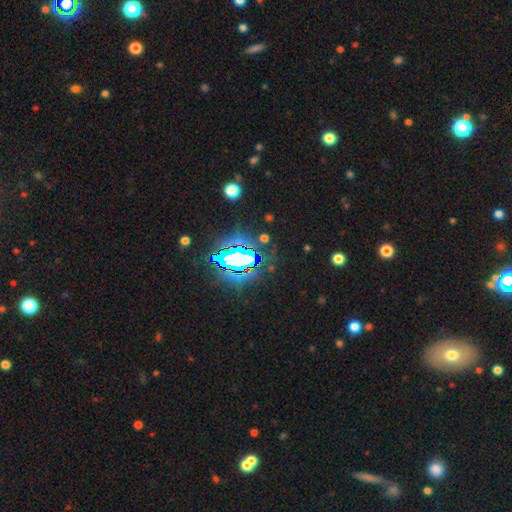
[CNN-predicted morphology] smooth_or_featured: star or artifact (p=0.77) [alt: smooth p=0.13]